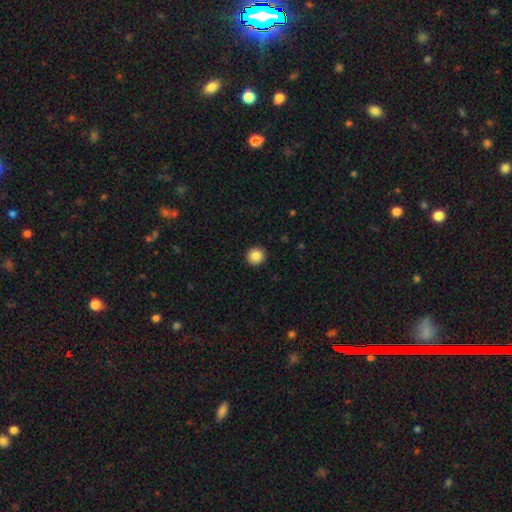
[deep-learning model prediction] This appears to be a smooth galaxy with no disk features (86%) that is round (95%). Merging: none (93%).